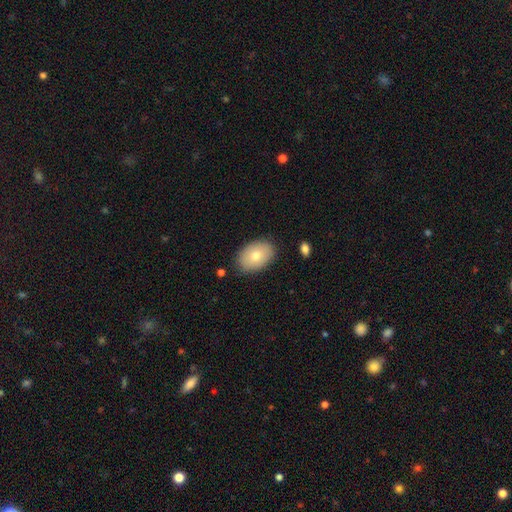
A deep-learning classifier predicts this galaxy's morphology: Smooth or featured? Predicted: smooth (p=0.75). How rounded? Predicted: in between (p=0.85). Merging? Predicted: none (p=0.86).